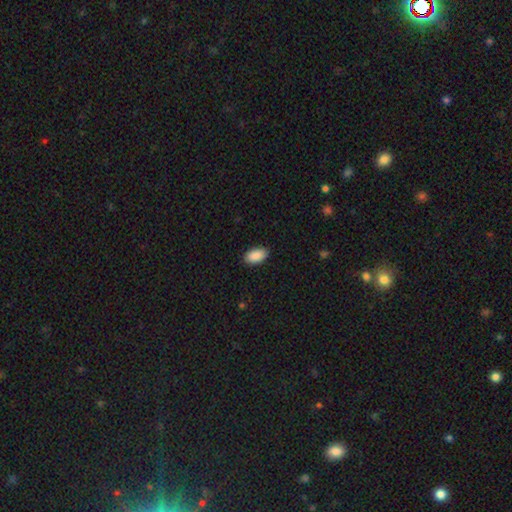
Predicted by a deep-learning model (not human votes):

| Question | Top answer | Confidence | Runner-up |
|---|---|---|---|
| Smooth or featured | smooth | 91% | star or artifact (6%) |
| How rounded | in between | 95% | round (3%) |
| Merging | none | 89% | minor disturbance (8%) |